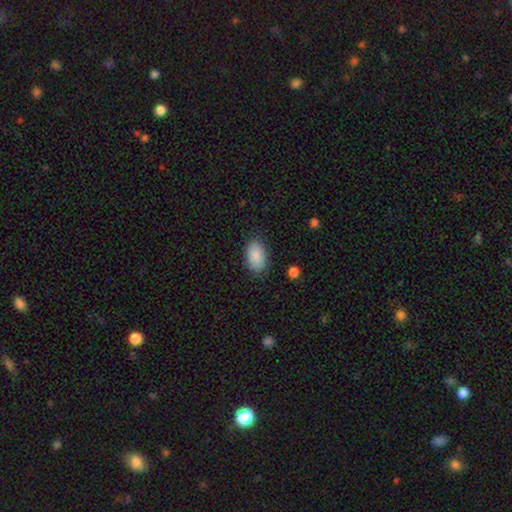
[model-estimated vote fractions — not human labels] The model was most divided on "merging": none: 82%, minor disturbance: 13%, major disturbance: 3%, merger: 1%. More confident: how rounded — in between (93%); smooth or featured — smooth (88%).